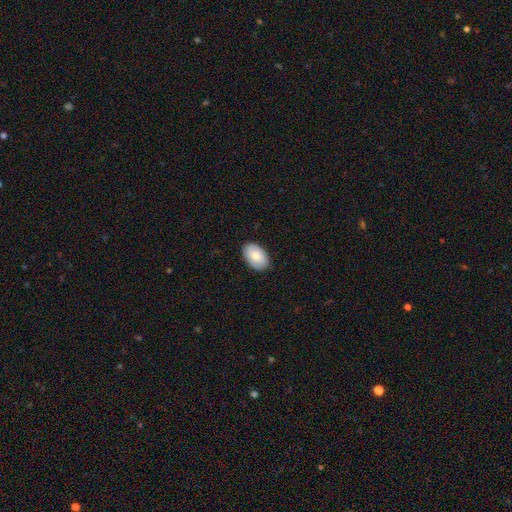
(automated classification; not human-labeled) Morphology: type=smooth (83%); roundness=in between (92%); merging=none (87%).